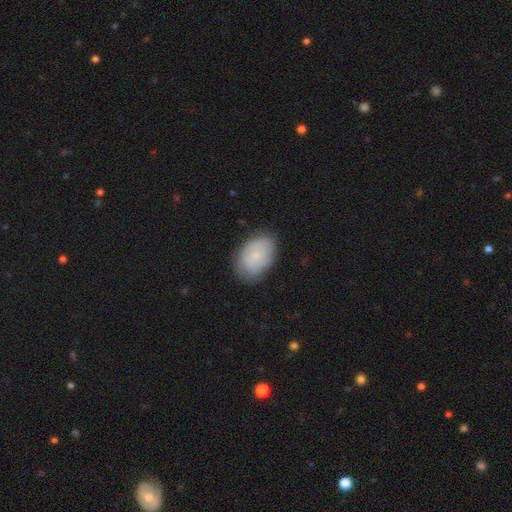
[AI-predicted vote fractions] A smooth galaxy with no disk features (63%) that is in between round and cigar-shaped (86%). Merging: none (77%).